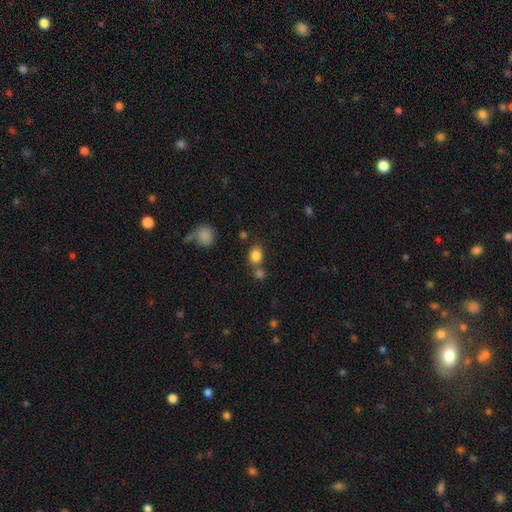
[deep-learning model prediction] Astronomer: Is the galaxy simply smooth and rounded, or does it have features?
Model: smooth — 83%.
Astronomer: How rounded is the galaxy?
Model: in between — 52% (runner-up: round, 47%).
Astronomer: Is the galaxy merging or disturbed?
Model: none — 61%.